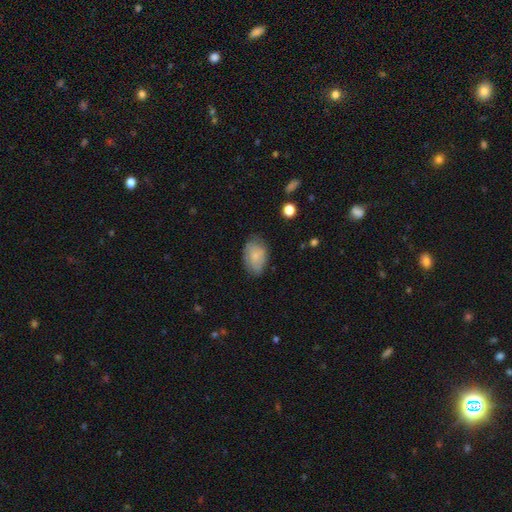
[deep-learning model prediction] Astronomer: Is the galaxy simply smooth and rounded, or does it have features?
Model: smooth — 69%.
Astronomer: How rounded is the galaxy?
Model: in between — 87%.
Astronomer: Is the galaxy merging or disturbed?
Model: none — 68%.